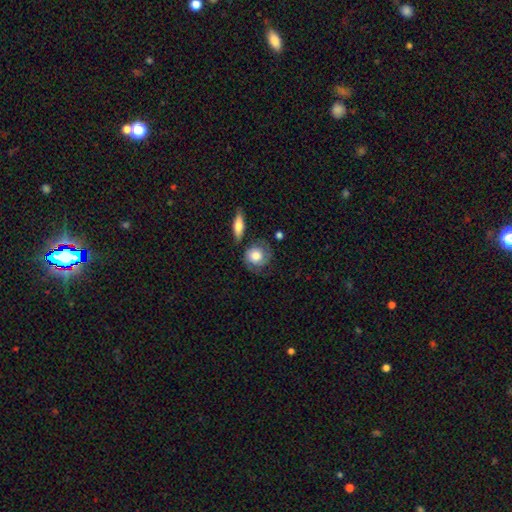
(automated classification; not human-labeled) Smooth or featured? smooth (48%)
Merging? none (62%)